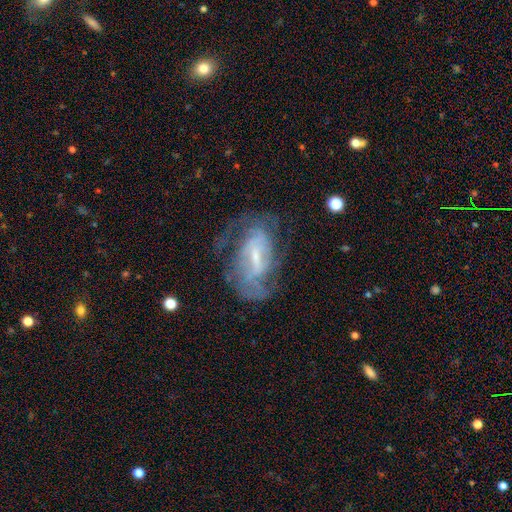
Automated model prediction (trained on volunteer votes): Q: Smooth or featured?
A: featured or disk (79%); runner-up: smooth (14%)
Q: Edge-on disk?
A: no (95%); runner-up: yes (5%)
Q: Bar?
A: weak (48%); runner-up: strong (32%)
Q: Spiral arms?
A: yes (85%); runner-up: no (15%)
Q: Spiral winding?
A: medium (43%); runner-up: tight (39%)
Q: Spiral arm count?
A: 2 (38%); tied with: can't tell (38%)
Q: Bulge size?
A: small (53%); runner-up: moderate (30%)
Q: Merging?
A: none (52%); runner-up: major disturbance (24%)